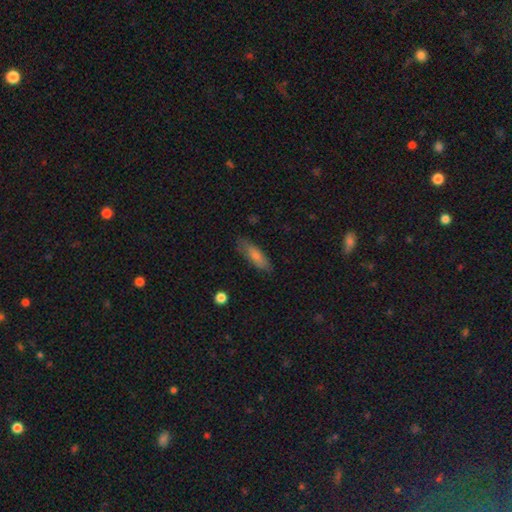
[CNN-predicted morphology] type=smooth (70%); roundness=cigar-shaped (52%); merging=none (82%).